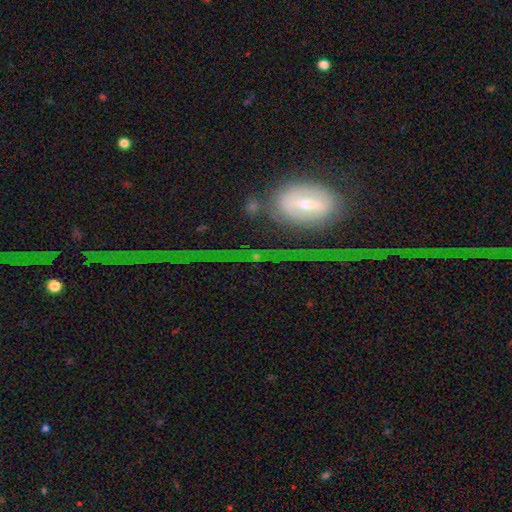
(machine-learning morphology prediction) featured or disk 55%, smooth 24%, star or artifact 21%. Down the decision tree: edge-on disk — no (72%); merging — none (46%).